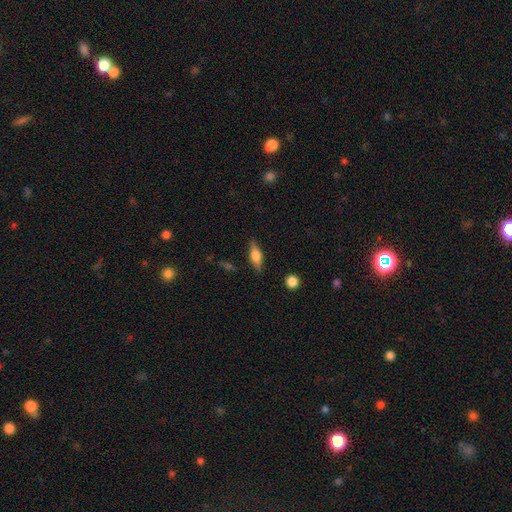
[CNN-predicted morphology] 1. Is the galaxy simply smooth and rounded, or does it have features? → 52% smooth, 40% featured or disk, 8% star or artifact.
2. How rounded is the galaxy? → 64% in between, 31% cigar-shaped, 5% round.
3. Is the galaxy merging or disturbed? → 84% none, 12% minor disturbance, 3% major disturbance, 2% merger.